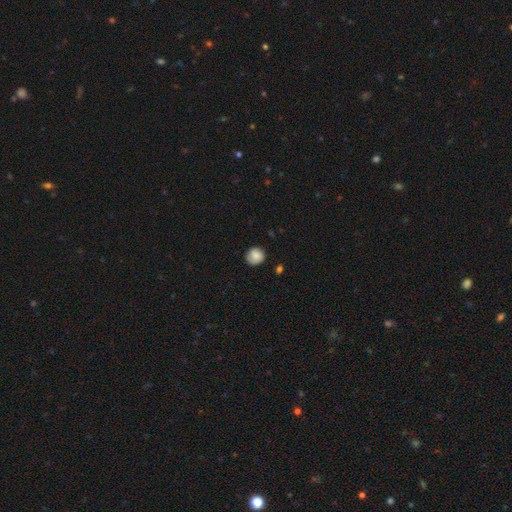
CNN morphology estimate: This is clearly a smooth galaxy (83%). How rounded: clearly round (88%). Merging: clearly none (80%).